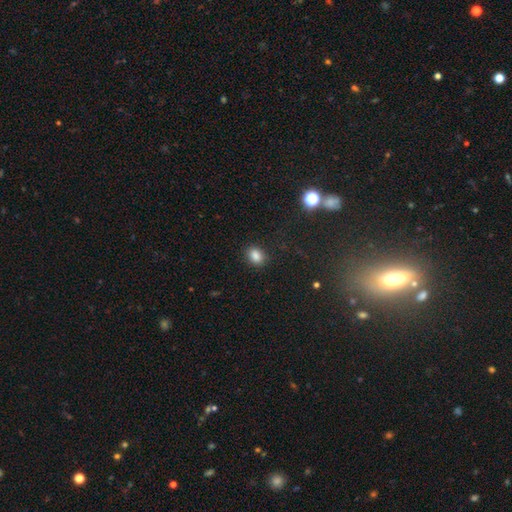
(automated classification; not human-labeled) Smooth or featured? smooth (84%)
How rounded? in between (60%)
Merging? none (87%)